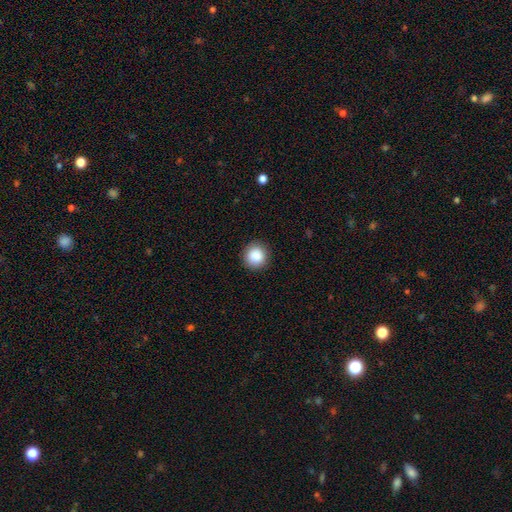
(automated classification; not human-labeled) Q: Smooth or featured?
A: smooth (88%); runner-up: star or artifact (9%)
Q: How rounded?
A: round (92%); runner-up: in between (7%)
Q: Merging?
A: none (90%); runner-up: minor disturbance (7%)